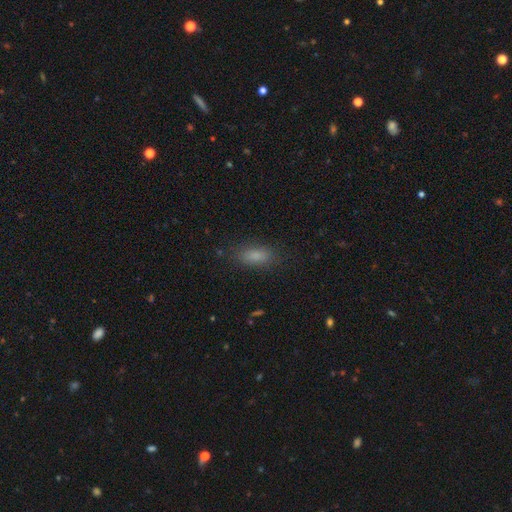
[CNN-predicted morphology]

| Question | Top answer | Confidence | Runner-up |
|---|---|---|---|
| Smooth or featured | smooth | 82% | star or artifact (11%) |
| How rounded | in between | 81% | cigar-shaped (15%) |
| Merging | none | 83% | minor disturbance (11%) |